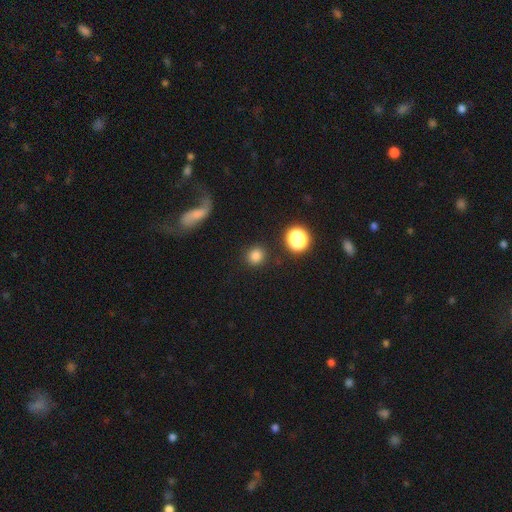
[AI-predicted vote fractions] Q: Smooth or featured?
A: smooth (81%); runner-up: star or artifact (14%)
Q: How rounded?
A: round (87%); runner-up: in between (11%)
Q: Merging?
A: none (89%); runner-up: minor disturbance (6%)